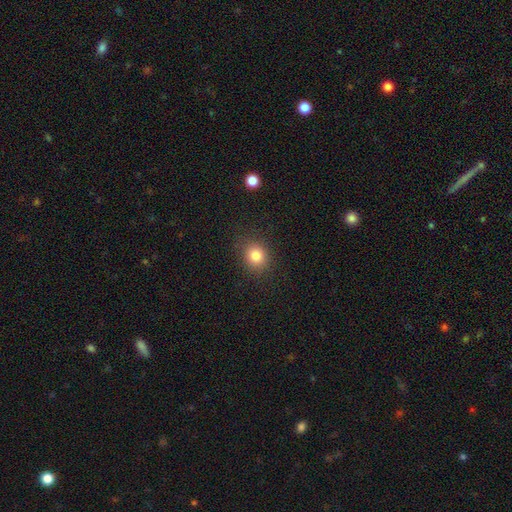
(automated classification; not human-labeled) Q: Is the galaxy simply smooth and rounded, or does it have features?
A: smooth — 82%.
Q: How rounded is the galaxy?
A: round — 75%.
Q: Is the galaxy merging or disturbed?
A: none — 86%.